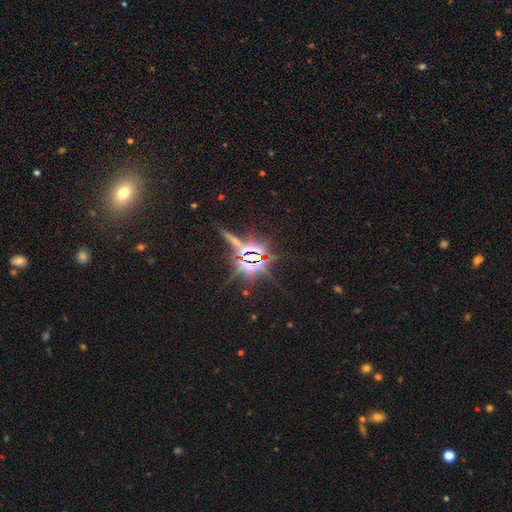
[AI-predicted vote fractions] Smooth or featured: star or artifact — 82% (featured or disk — 10%)